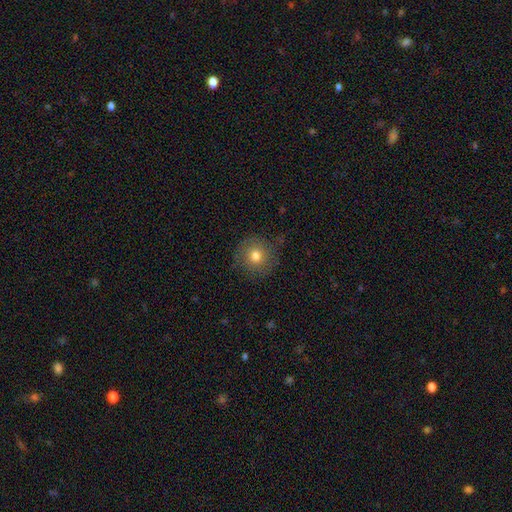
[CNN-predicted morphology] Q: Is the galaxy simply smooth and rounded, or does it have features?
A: smooth — 75%.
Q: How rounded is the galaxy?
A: round — 94%.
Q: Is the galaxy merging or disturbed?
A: none — 84%.